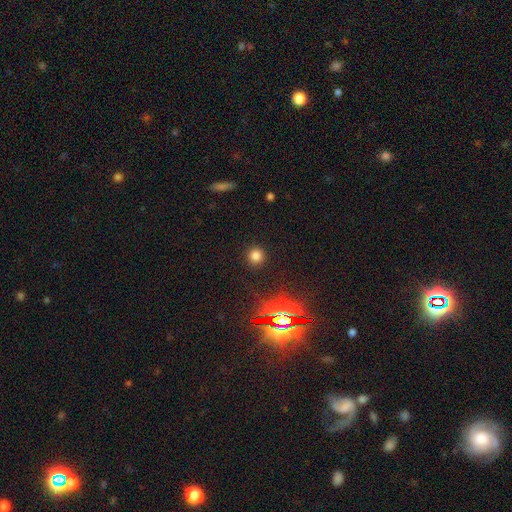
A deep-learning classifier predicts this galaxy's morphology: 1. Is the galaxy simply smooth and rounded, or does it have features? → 75% smooth, 20% star or artifact, 5% featured or disk.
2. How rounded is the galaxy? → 93% round, 5% in between, 1% cigar-shaped.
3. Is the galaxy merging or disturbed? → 91% none, 5% minor disturbance, 2% major disturbance, 1% merger.